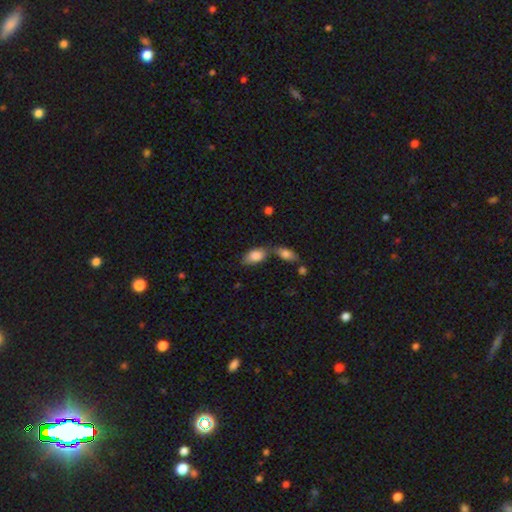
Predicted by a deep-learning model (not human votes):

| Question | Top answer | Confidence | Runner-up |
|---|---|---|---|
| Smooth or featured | smooth | 84% | featured or disk (9%) |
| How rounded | in between | 92% | round (4%) |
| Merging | merger | 42% | none (39%) |